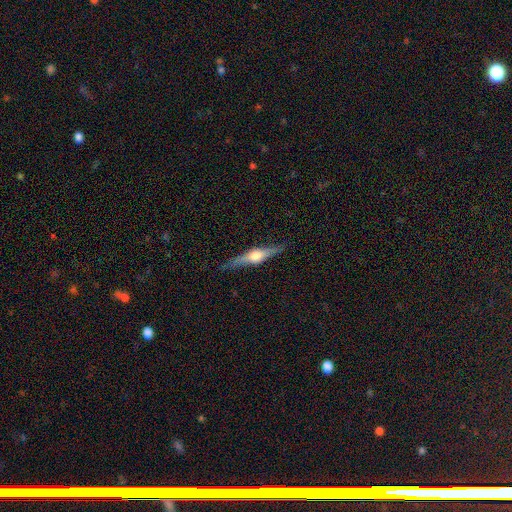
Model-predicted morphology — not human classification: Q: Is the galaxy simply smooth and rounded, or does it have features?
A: featured or disk — 77%.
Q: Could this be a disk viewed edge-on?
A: yes — 97%.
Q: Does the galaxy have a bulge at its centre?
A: rounded — 92%.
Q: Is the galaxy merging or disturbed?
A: none — 86%.